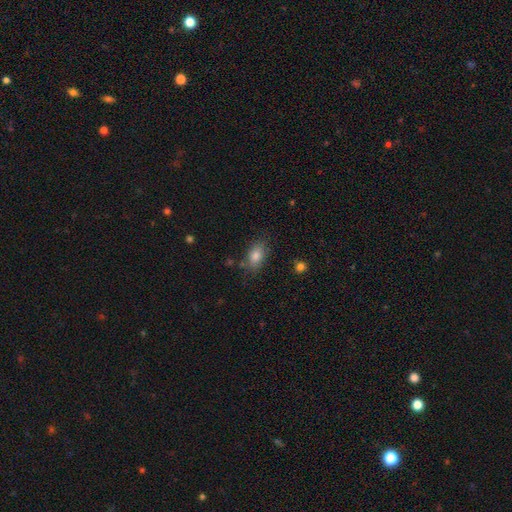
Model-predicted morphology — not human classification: Smooth or featured?
  - smooth: 82% *
  - star or artifact: 9%
  - featured or disk: 9%
How rounded?
  - in between: 87% *
  - round: 10%
  - cigar-shaped: 4%
Merging?
  - none: 78% *
  - minor disturbance: 15%
  - major disturbance: 4%
  - merger: 3%